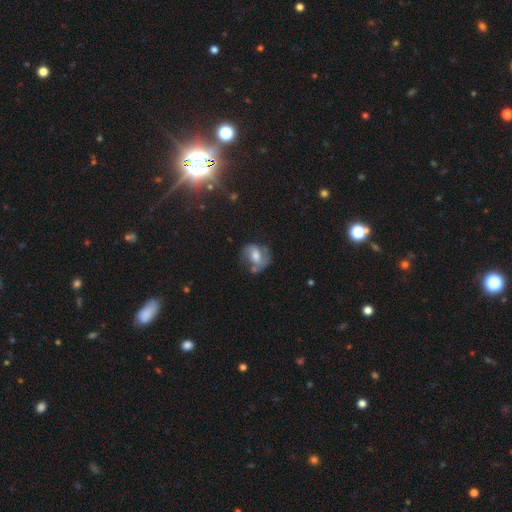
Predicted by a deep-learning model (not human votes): Smooth or featured? Predicted: featured or disk (p=0.53). Edge-on disk? Predicted: no (p=0.96). Bar? Predicted: no (p=0.43). Spiral arms? Predicted: yes (p=0.75). Bulge size? Predicted: moderate (p=0.53). Merging? Predicted: none (p=0.50).